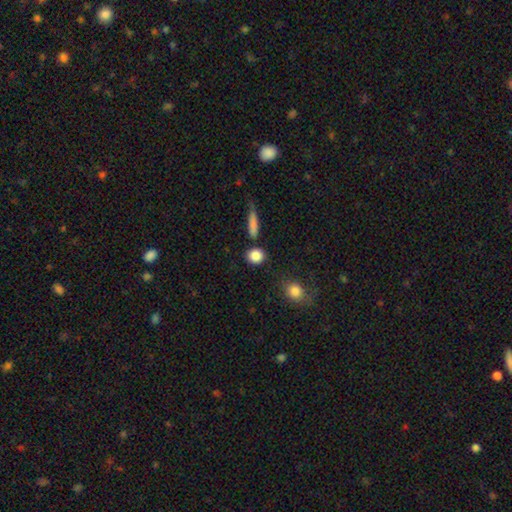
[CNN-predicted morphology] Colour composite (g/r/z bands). It shows a smooth galaxy with no disk features (87%) that is round (83%). Merging: none (81%).